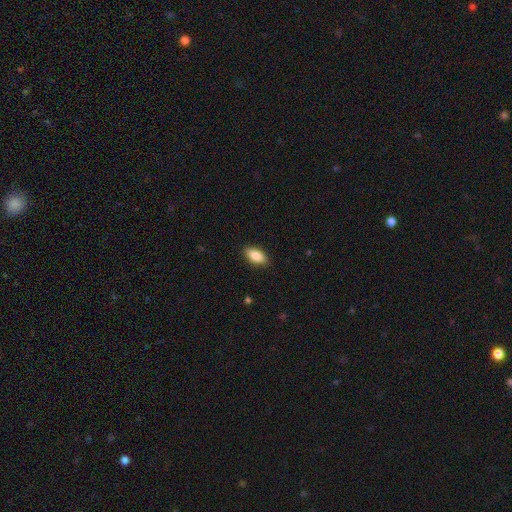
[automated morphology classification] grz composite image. It shows a smooth galaxy with no disk features (86%) that is in between round and cigar-shaped (90%). Merging: none (88%).